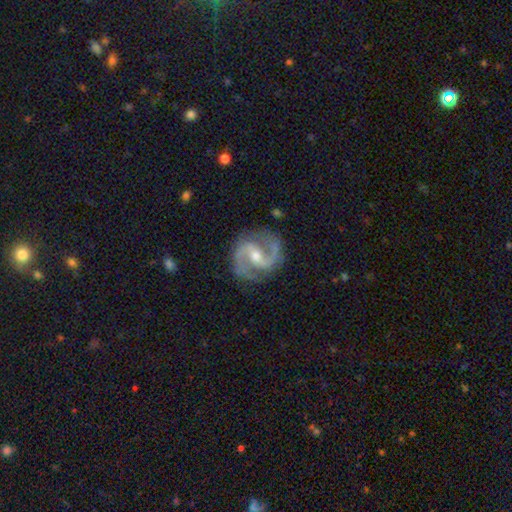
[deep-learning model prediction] This appears to be a featured or disk galaxy (92%) with a weak bar (46%), 2 (93%) medium (62%) spiral arms (98%) and a moderate central bulge (55%). Merging: none (83%).